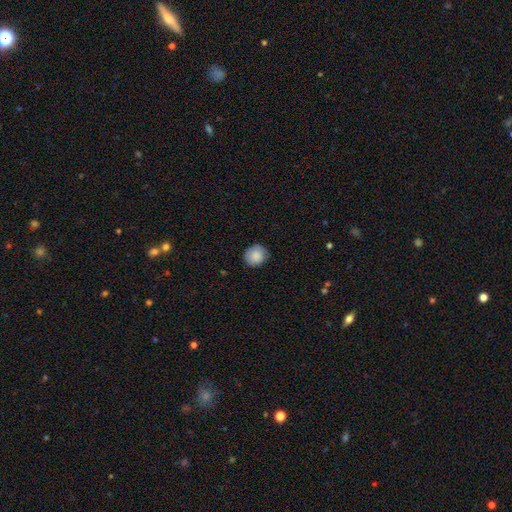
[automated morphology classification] This is clearly a smooth galaxy (87%). How rounded: clearly round (80%). Merging: clearly none (83%).